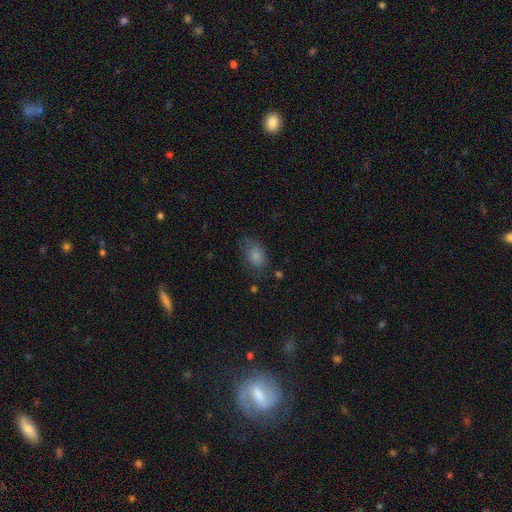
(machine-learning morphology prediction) This appears to be a smooth galaxy with no disk features (80%) that is in between round and cigar-shaped (82%). Merging: none (59%).